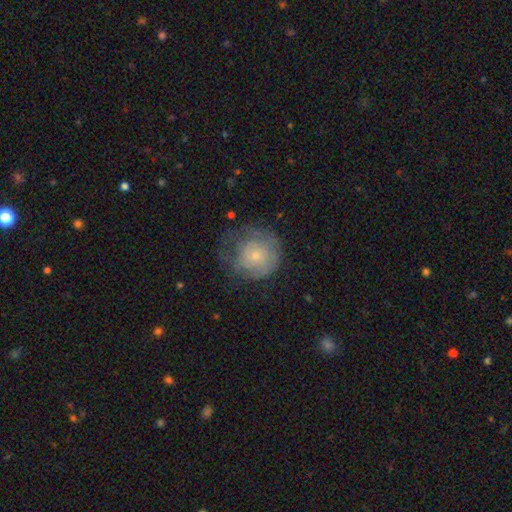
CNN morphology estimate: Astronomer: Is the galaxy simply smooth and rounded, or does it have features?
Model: smooth — 52% (runner-up: featured or disk, 39%).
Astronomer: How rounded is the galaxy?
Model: round — 88%.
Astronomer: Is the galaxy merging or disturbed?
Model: none — 45% (runner-up: minor disturbance, 28%).